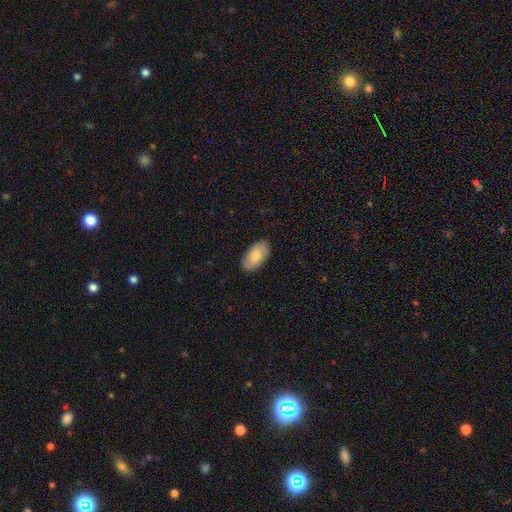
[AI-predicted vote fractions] This is likely a smooth galaxy (78%). How rounded: clearly in between (95%). Merging: clearly none (87%).